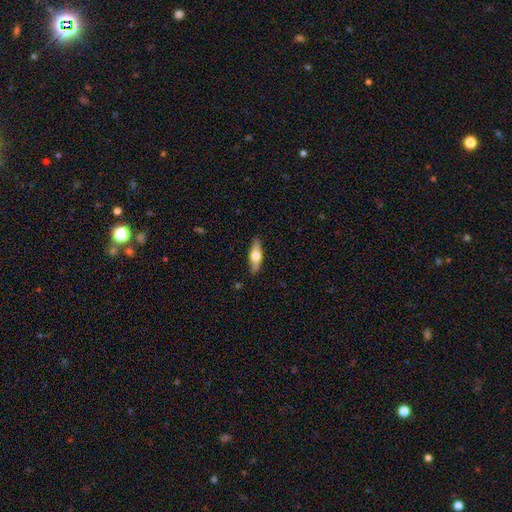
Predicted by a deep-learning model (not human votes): Smooth or featured? smooth (51%)
How rounded? in between (49%)
Merging? none (87%)